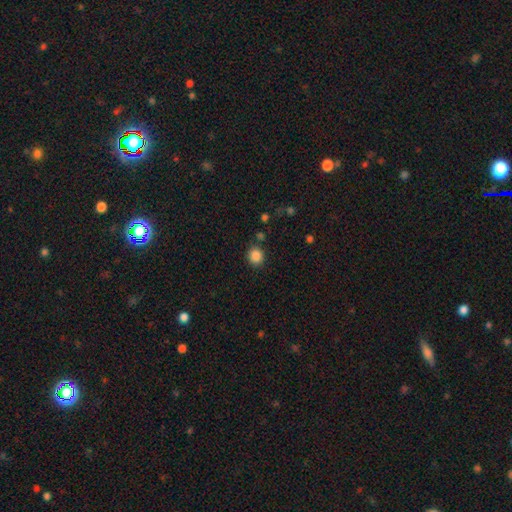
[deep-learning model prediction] Q: Smooth or featured?
A: smooth (86%); runner-up: star or artifact (10%)
Q: How rounded?
A: round (84%); runner-up: in between (15%)
Q: Merging?
A: none (85%); runner-up: minor disturbance (9%)